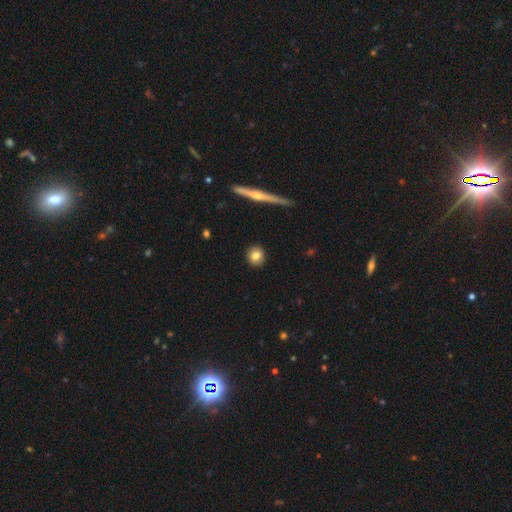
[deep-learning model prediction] This appears to be a smooth galaxy with no disk features (81%) that is round (87%). Merging: none (92%).